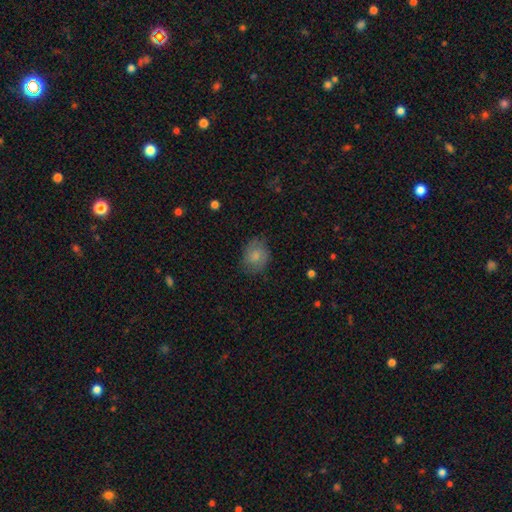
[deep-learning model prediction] Morphology: type=smooth (75%); roundness=in between (50%); merging=none (73%).